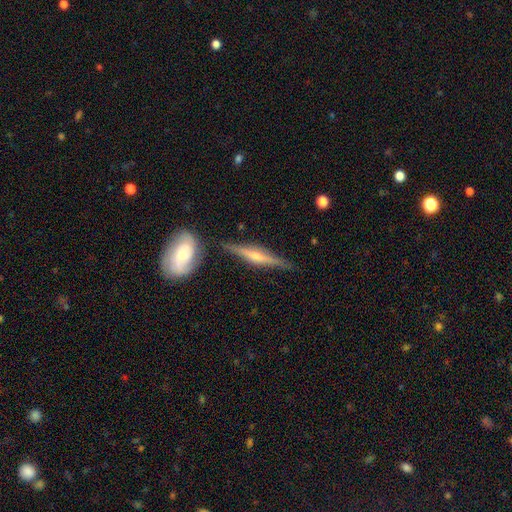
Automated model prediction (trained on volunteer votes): A featured or disk galaxy (74%) viewed edge-on (96%) with a rounded central bulge (76%). Merging: none (79%).